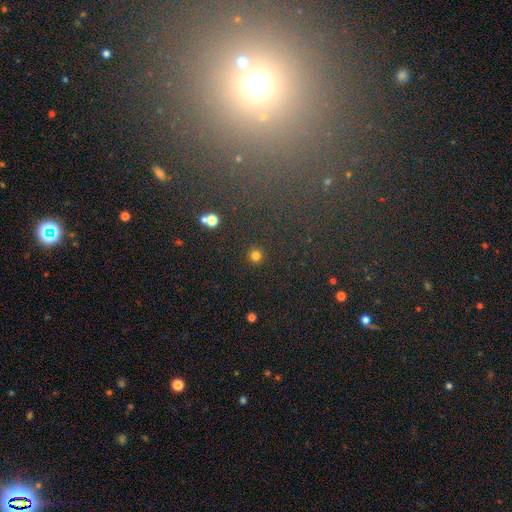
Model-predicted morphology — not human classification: The model was most divided on "smooth or featured": smooth: 79%, star or artifact: 16%, featured or disk: 5%. More confident: how rounded — round (95%); merging — none (91%).